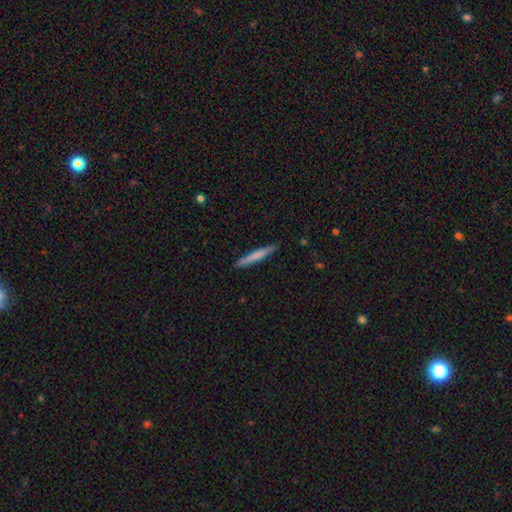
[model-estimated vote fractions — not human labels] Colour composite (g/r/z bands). It shows a smooth galaxy with no disk features (64%) that is cigar-shaped (96%). Merging: none (90%).